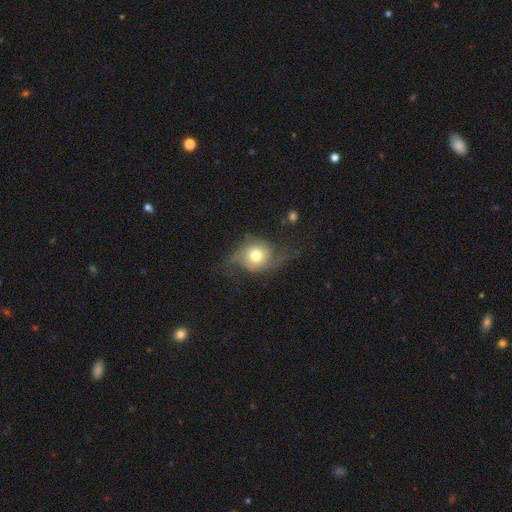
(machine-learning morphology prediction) This appears to be a featured or disk galaxy (48%). Merging: none (45%).